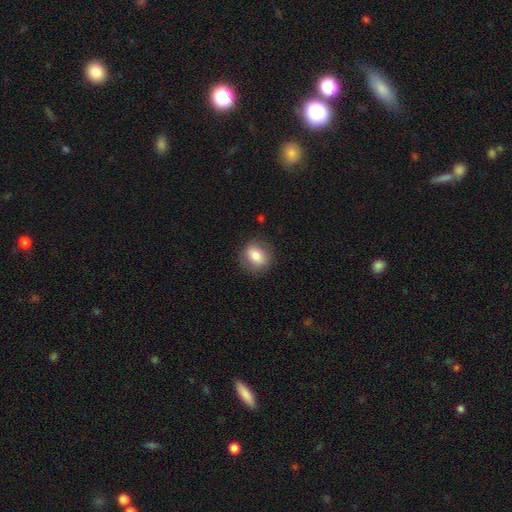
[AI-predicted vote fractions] smooth-or-featured: smooth: 78% | featured or disk: 14% | star or artifact: 8%
  how-rounded: round: 68% | in between: 31% | cigar-shaped: 1%
  merging: none: 84% | minor disturbance: 11% | major disturbance: 4% | merger: 1%